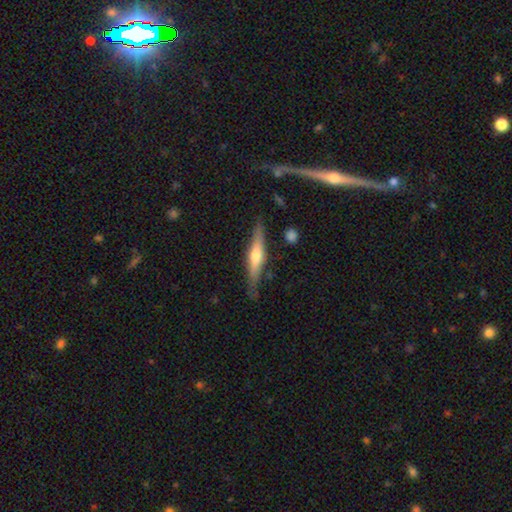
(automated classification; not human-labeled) This is possibly a featured or disk galaxy (60%). It is clearly viewed edge-on (94%). Edge-on bulge: clearly rounded (85%). Merging: clearly none (82%).